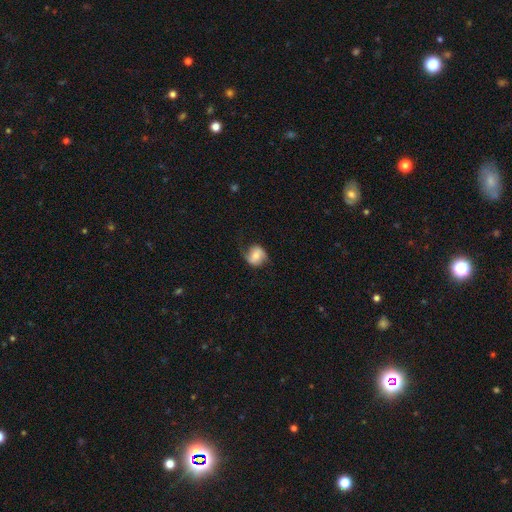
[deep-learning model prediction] Morphology: type=featured or disk (47%); merging=none (63%).